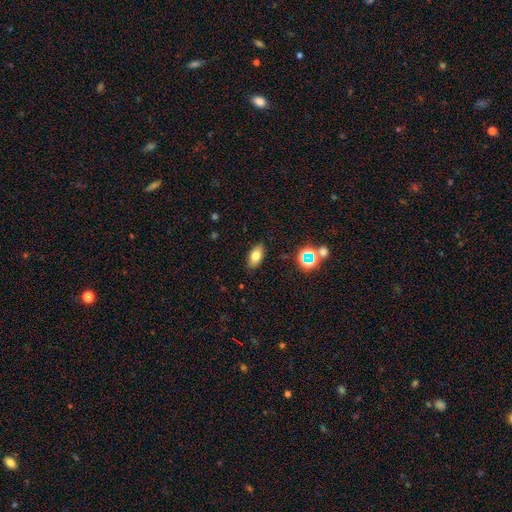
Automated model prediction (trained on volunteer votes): A smooth galaxy with no disk features (74%) that is in between round and cigar-shaped (89%).

Vote fractions:
- Smooth or featured? smooth: 74% / featured or disk: 13% / star or artifact: 12%
- How rounded? in between: 89% / round: 6% / cigar-shaped: 5%
- Merging? none: 87% / minor disturbance: 9% / major disturbance: 2% / merger: 2%